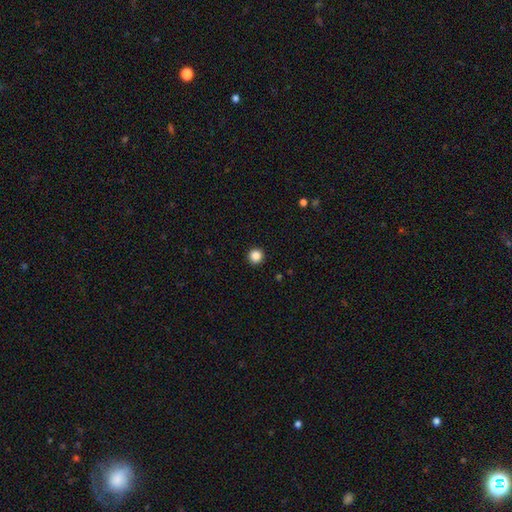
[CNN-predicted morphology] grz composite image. It shows a smooth galaxy with no disk features (87%) that is round (95%). Merging: none (93%).